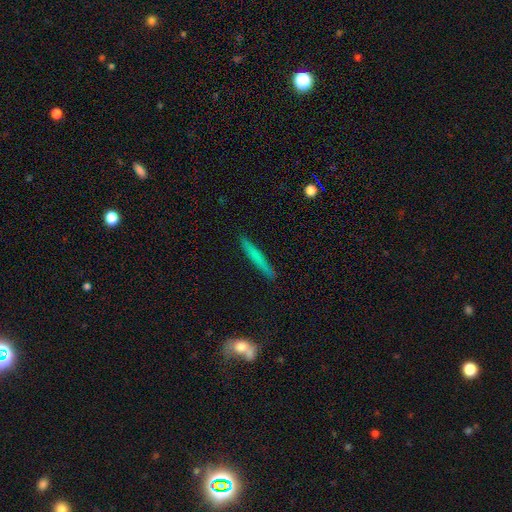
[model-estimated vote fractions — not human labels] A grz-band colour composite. It shows a smooth galaxy with no disk features (64%) that is cigar-shaped (95%). Merging: none (88%).